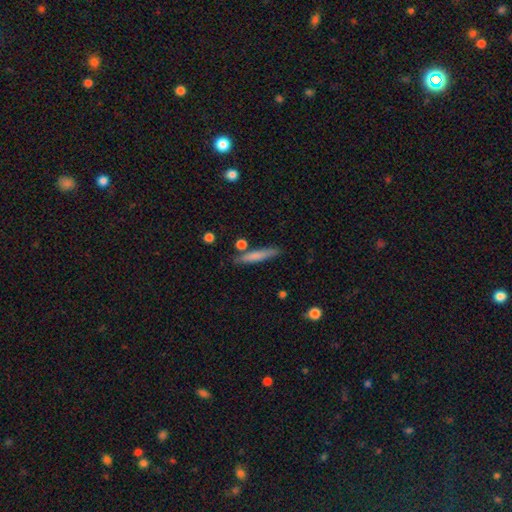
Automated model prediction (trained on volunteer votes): A smooth galaxy with no disk features (72%) that is cigar-shaped (92%).

Vote fractions:
- Smooth or featured? smooth: 72% / featured or disk: 22% / star or artifact: 6%
- How rounded? cigar-shaped: 92% / in between: 6% / round: 2%
- Merging? none: 80% / minor disturbance: 12% / merger: 5% / major disturbance: 3%